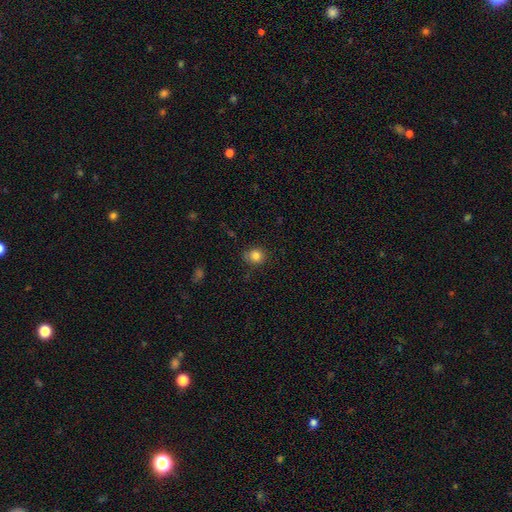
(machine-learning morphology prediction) Smooth or featured?
  - smooth: 83% *
  - star or artifact: 11%
  - featured or disk: 6%
How rounded?
  - round: 82% *
  - in between: 17%
  - cigar-shaped: 1%
Merging?
  - none: 81% *
  - minor disturbance: 14%
  - major disturbance: 3%
  - merger: 2%